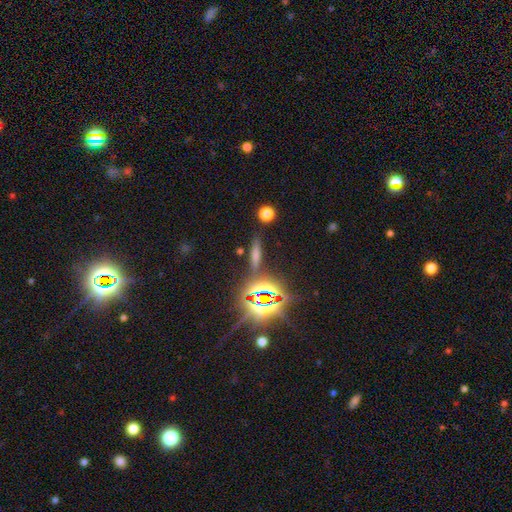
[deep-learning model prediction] Smooth or featured?
  - smooth: 53% *
  - star or artifact: 28%
  - featured or disk: 19%
How rounded?
  - cigar-shaped: 76% *
  - in between: 18%
  - round: 5%
Merging?
  - none: 79% *
  - minor disturbance: 11%
  - merger: 5%
  - major disturbance: 4%